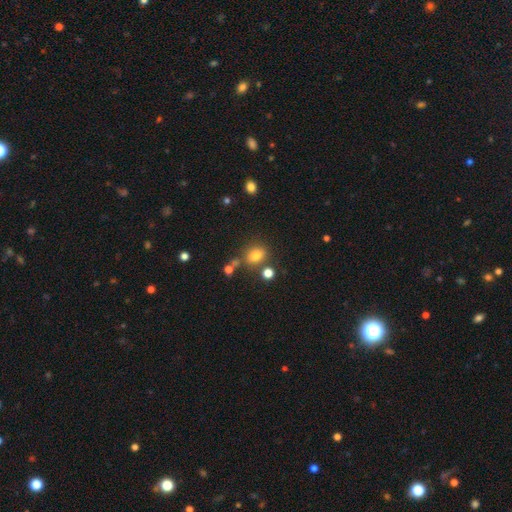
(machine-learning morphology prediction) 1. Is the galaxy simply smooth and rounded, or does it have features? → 77% smooth, 14% star or artifact, 9% featured or disk.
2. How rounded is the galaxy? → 52% round, 47% in between, 1% cigar-shaped.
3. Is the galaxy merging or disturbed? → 69% none, 13% minor disturbance, 12% merger, 5% major disturbance.